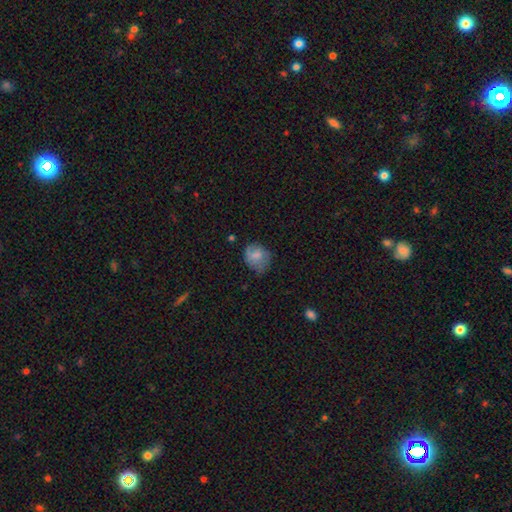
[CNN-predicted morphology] smooth_or_featured: smooth (p=0.68) [alt: featured or disk p=0.23]
how_rounded: round (p=0.58) [alt: in between p=0.41]
merging: none (p=0.49) [alt: minor disturbance p=0.34]